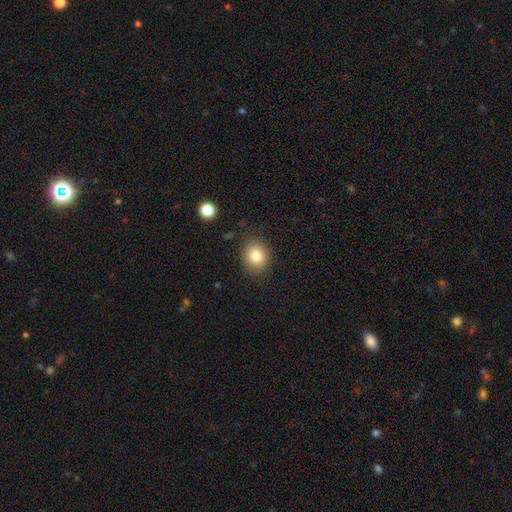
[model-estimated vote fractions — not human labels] Smooth or featured? smooth (82%)
How rounded? round (62%)
Merging? none (83%)